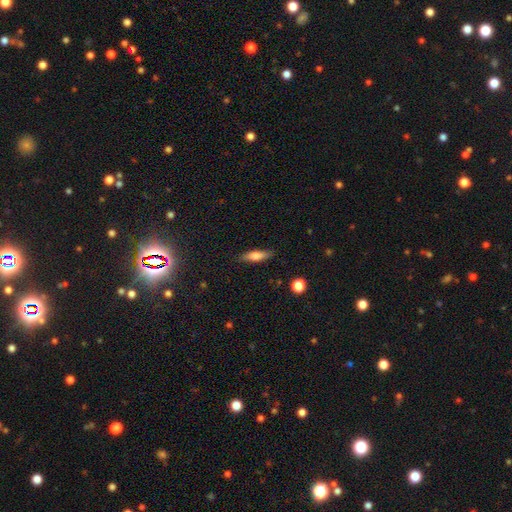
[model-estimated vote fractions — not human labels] Overall: smooth (68%). How rounded: cigar-shaped (58%; in between 40%). Merging: none (85%).